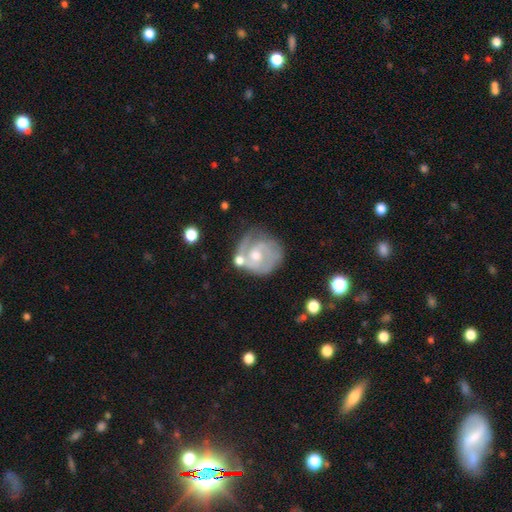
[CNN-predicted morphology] Smooth or featured?
  - featured or disk: 73% *
  - smooth: 20%
  - star or artifact: 6%
Edge-on disk?
  - no: 97% *
  - yes: 3%
Bar?
  - no: 62% *
  - weak: 32%
  - strong: 6%
Spiral arms?
  - yes: 81% *
  - no: 19%
Spiral winding?
  - tight: 53% *
  - medium: 34%
  - loose: 13%
Spiral arm count?
  - 2: 42% *
  - can't tell: 25%
  - 1: 23%
  - 3: 7%
  - 4: 2%
  - more than 4: 2%
Bulge size?
  - moderate: 61% *
  - small: 33%
  - large: 3%
  - none: 2%
  - dominant: 1%
Merging?
  - none: 50% *
  - minor disturbance: 23%
  - merger: 13%
  - major disturbance: 13%